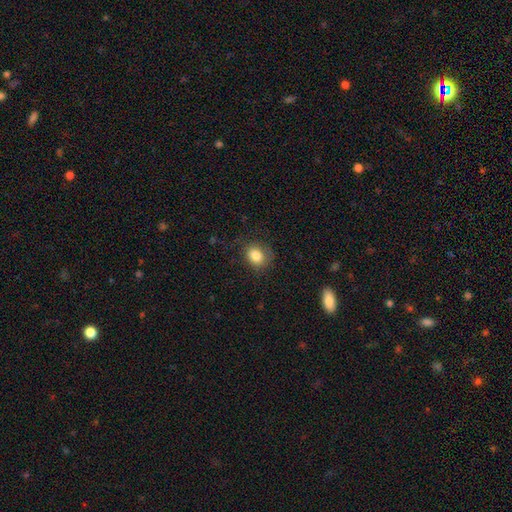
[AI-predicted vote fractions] smooth_or_featured: smooth (p=0.84) [alt: star or artifact p=0.09]
how_rounded: round (p=0.61) [alt: in between p=0.38]
merging: none (p=0.74) [alt: minor disturbance p=0.18]